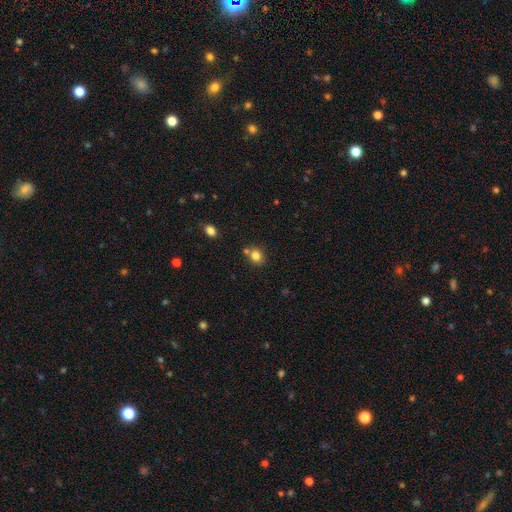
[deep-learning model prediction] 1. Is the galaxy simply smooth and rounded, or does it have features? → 81% smooth, 12% star or artifact, 7% featured or disk.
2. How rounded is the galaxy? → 74% round, 25% in between, 1% cigar-shaped.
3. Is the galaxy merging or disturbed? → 67% none, 19% merger, 11% minor disturbance, 3% major disturbance.